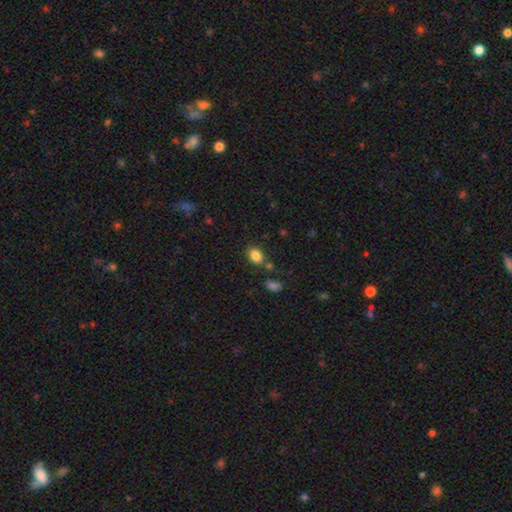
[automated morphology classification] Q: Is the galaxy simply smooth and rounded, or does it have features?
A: smooth — 85%.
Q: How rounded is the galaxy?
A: in between — 67%.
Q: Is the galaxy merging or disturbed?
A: none — 75%.